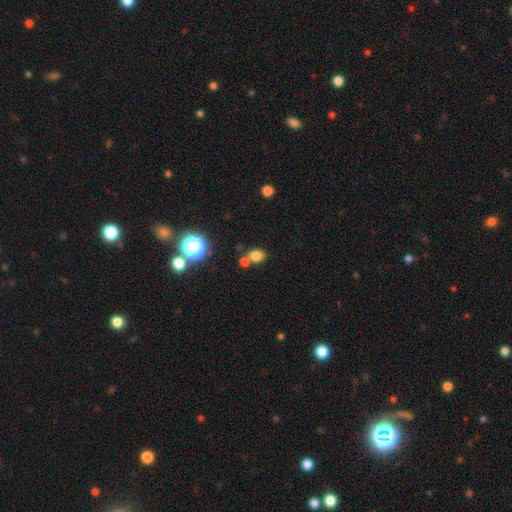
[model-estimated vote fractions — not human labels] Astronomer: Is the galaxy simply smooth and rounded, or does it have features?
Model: smooth — 77%.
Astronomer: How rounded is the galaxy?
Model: in between — 60% (runner-up: round, 39%).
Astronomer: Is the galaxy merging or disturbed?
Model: none — 52% (runner-up: merger, 34%).